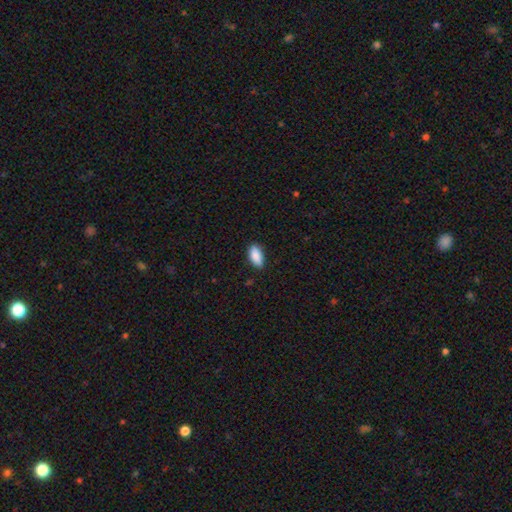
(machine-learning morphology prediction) A smooth galaxy with no disk features (88%) that is in between round and cigar-shaped (90%).

Vote fractions:
- Smooth or featured? smooth: 88% / star or artifact: 6% / featured or disk: 5%
- How rounded? in between: 90% / cigar-shaped: 8% / round: 2%
- Merging? none: 87% / minor disturbance: 10% / major disturbance: 2% / merger: 1%